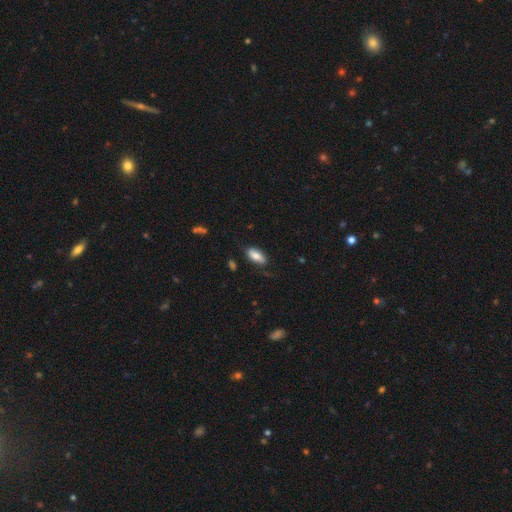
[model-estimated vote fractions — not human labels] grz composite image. It shows a smooth galaxy with no disk features (79%) that is in between round and cigar-shaped (84%). Merging: none (72%).